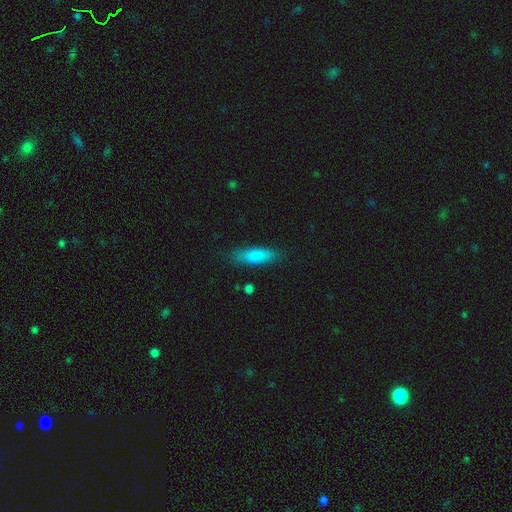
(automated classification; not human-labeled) This appears to be a smooth galaxy with no disk features (78%) that is cigar-shaped (55%). Merging: none (84%).